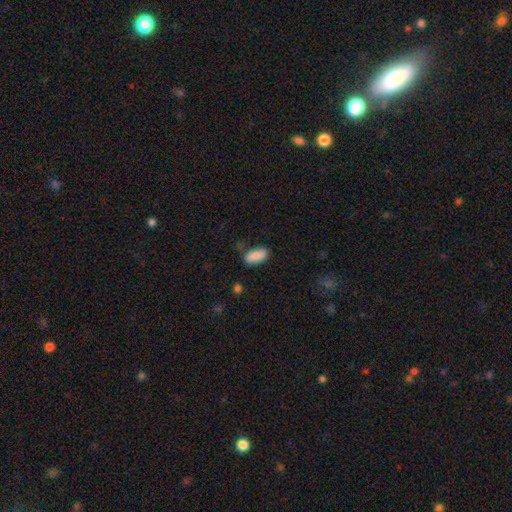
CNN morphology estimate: A smooth galaxy with no disk features (87%) that is in between round and cigar-shaped (90%). Merging: none (75%).